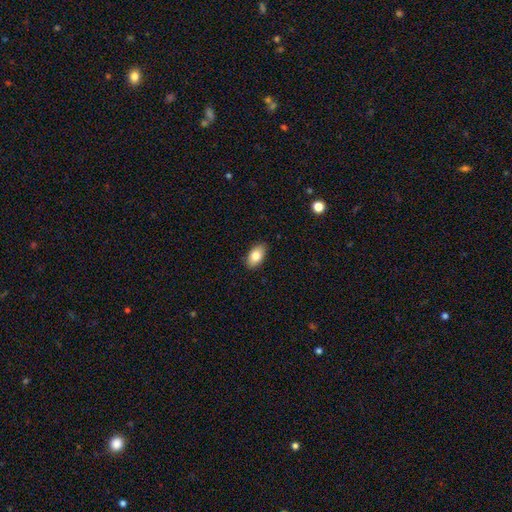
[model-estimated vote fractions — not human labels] smooth 82%, featured or disk 10%, star or artifact 7%. Down the decision tree: how rounded — in between (93%); merging — none (88%).